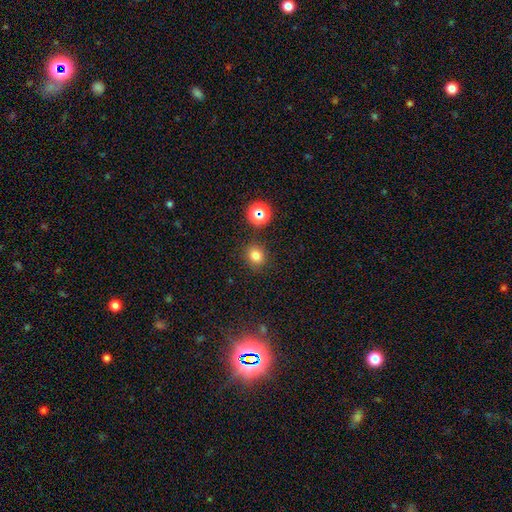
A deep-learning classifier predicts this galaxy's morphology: Q: Smooth or featured?
A: smooth (78%); runner-up: star or artifact (16%)
Q: How rounded?
A: round (72%); runner-up: in between (27%)
Q: Merging?
A: none (84%); runner-up: minor disturbance (9%)